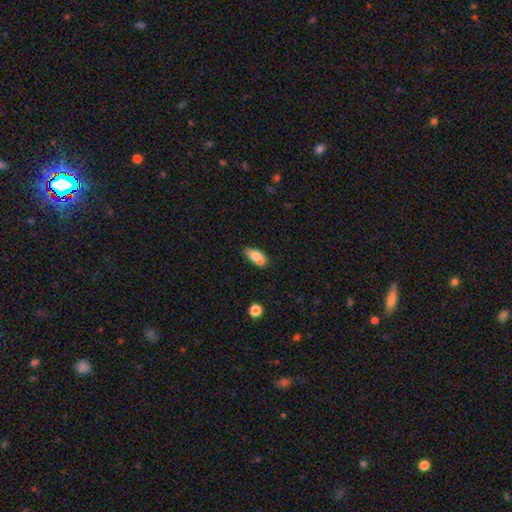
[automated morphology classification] smooth 74%, featured or disk 18%, star or artifact 8%. Down the decision tree: how rounded — in between (83%); merging — none (48%).